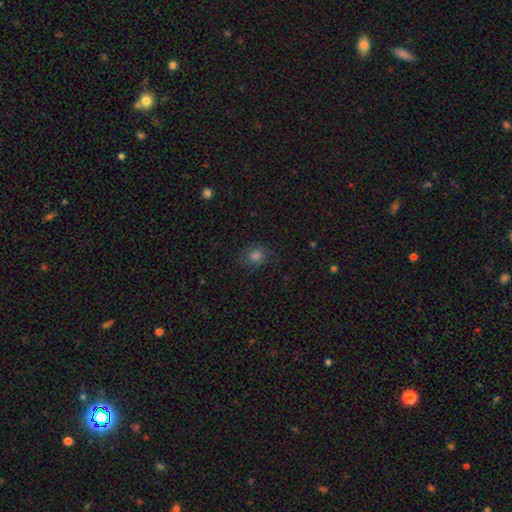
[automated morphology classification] This appears to be a smooth galaxy with no disk features (76%) that is round (73%). Merging: none (79%).